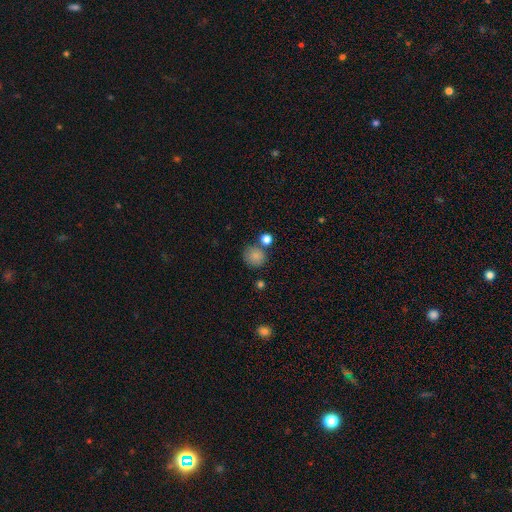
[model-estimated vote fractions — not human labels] A smooth galaxy with no disk features (83%) that is round (89%).

Vote fractions:
- Smooth or featured? smooth: 83% / star or artifact: 11% / featured or disk: 6%
- How rounded? round: 89% / in between: 10% / cigar-shaped: 1%
- Merging? none: 70% / merger: 14% / minor disturbance: 13% / major disturbance: 4%